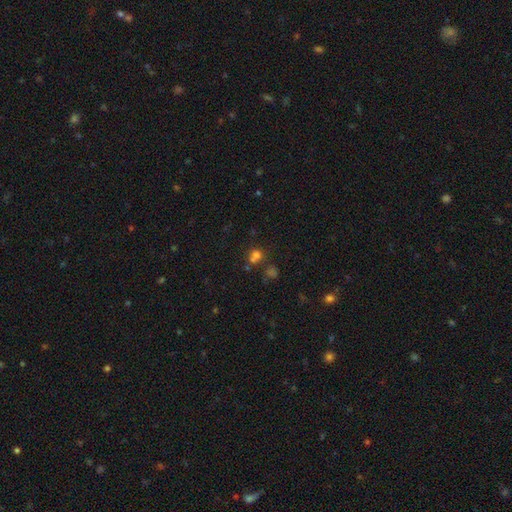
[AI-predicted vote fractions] smooth-or-featured: smooth: 65% | star or artifact: 24% | featured or disk: 11%
  how-rounded: round: 81% | in between: 18% | cigar-shaped: 1%
  merging: none: 49% | merger: 37% | minor disturbance: 9% | major disturbance: 5%